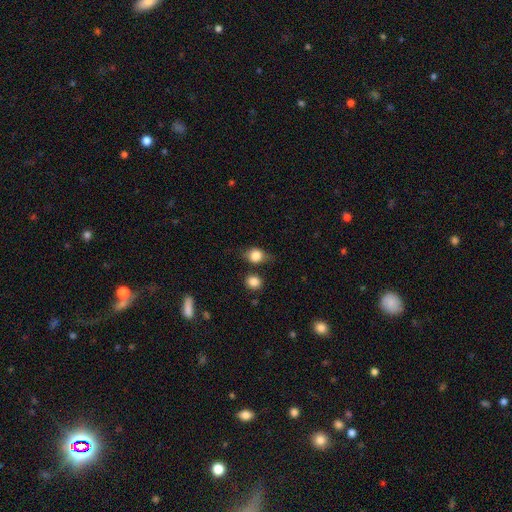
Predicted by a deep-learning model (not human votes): smooth_or_featured: smooth (p=0.75) [alt: featured or disk p=0.15]
how_rounded: round (p=0.58) [alt: in between p=0.39]
merging: none (p=0.61) [alt: minor disturbance p=0.24]